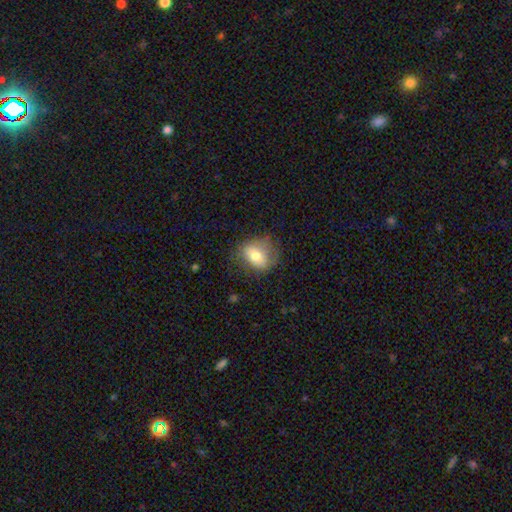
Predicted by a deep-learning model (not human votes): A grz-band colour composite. It shows a smooth galaxy with no disk features (70%) that is in between round and cigar-shaped (57%). Merging: none (65%).